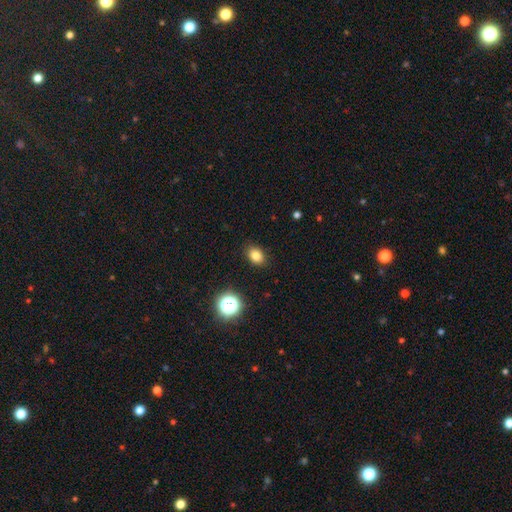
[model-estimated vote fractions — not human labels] Morphology: type=smooth (81%); roundness=in between (72%); merging=none (89%).